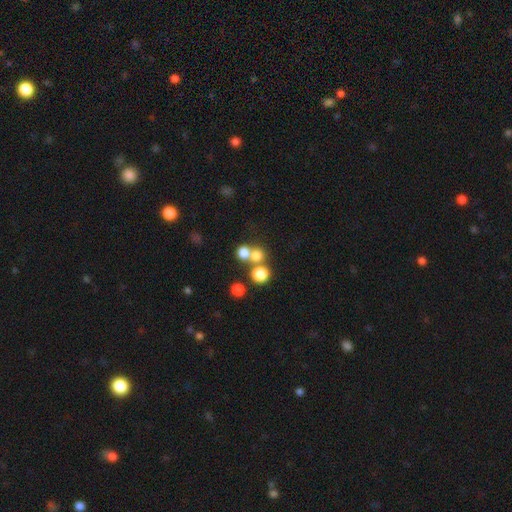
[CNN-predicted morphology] Smooth or featured? smooth (73%)
How rounded? round (89%)
Merging? none (53%)